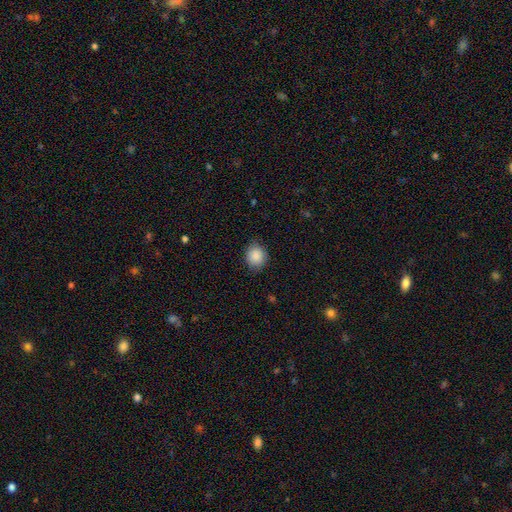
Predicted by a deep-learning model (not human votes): Smooth or featured? Predicted: smooth (p=0.88). How rounded? Predicted: round (p=0.76). Merging? Predicted: none (p=0.82).